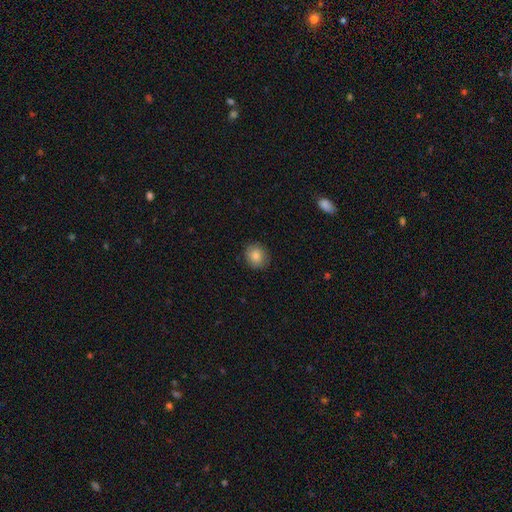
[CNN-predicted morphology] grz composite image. It shows a smooth galaxy with no disk features (82%) that is round (74%). Merging: none (86%).